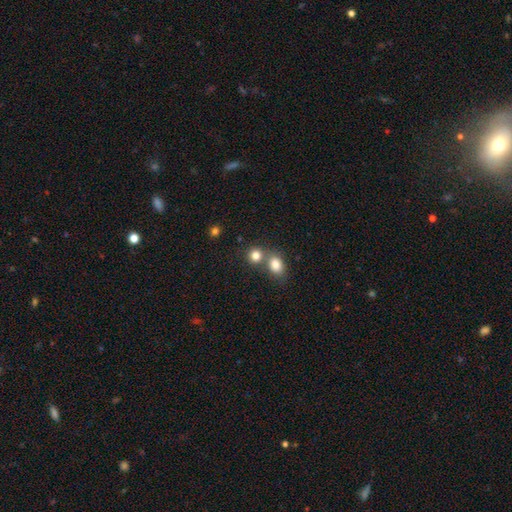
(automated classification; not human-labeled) A smooth galaxy with no disk features (82%) that is round (76%).

Vote fractions:
- Smooth or featured? smooth: 82% / star or artifact: 11% / featured or disk: 7%
- How rounded? round: 76% / in between: 23% / cigar-shaped: 1%
- Merging? none: 47% / merger: 43% / minor disturbance: 7% / major disturbance: 3%